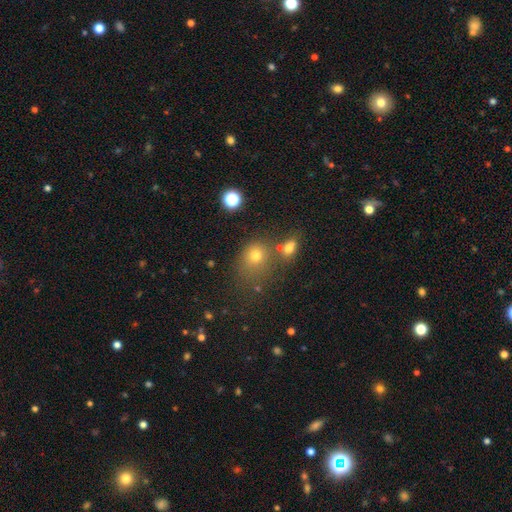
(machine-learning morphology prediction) type=smooth (70%); roundness=round (60%); merging=none (55%).